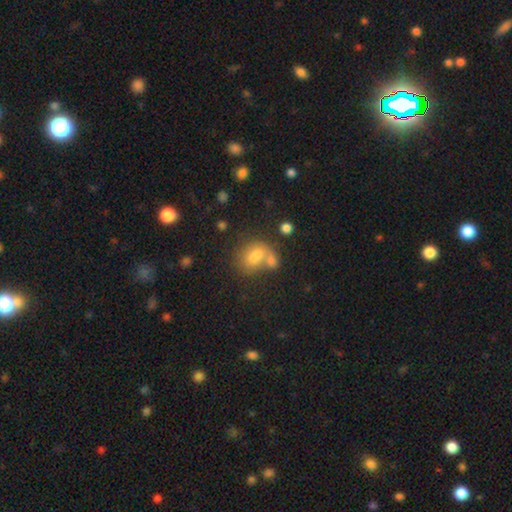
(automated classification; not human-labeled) Morphology: type=smooth (70%); roundness=in between (68%); merging=merger (51%).